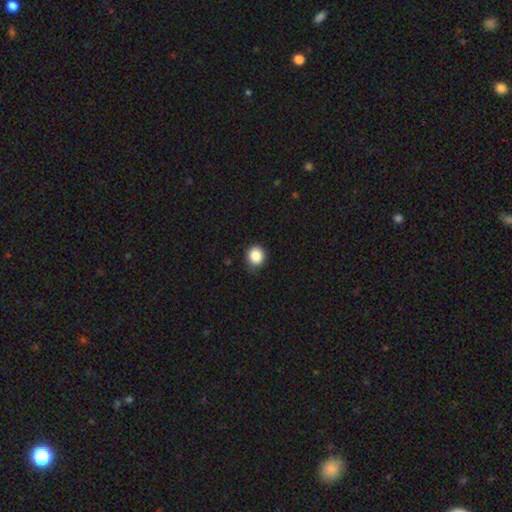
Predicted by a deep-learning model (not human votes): Overall: smooth (87%). How rounded: round (82%). Merging: none (84%).